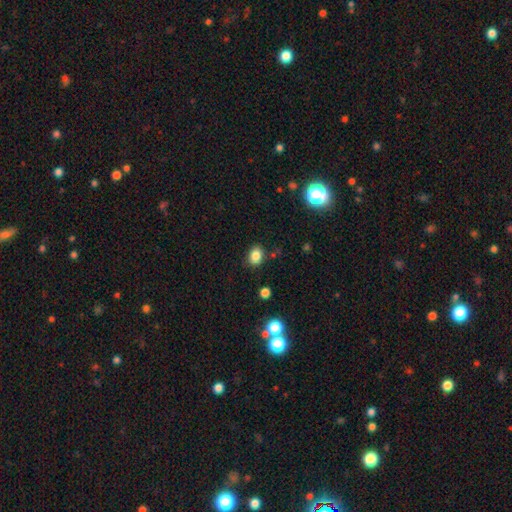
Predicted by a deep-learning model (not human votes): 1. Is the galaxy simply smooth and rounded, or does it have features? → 83% smooth, 11% star or artifact, 6% featured or disk.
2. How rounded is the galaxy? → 61% in between, 38% round, 1% cigar-shaped.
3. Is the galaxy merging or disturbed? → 82% none, 12% minor disturbance, 3% major disturbance, 3% merger.